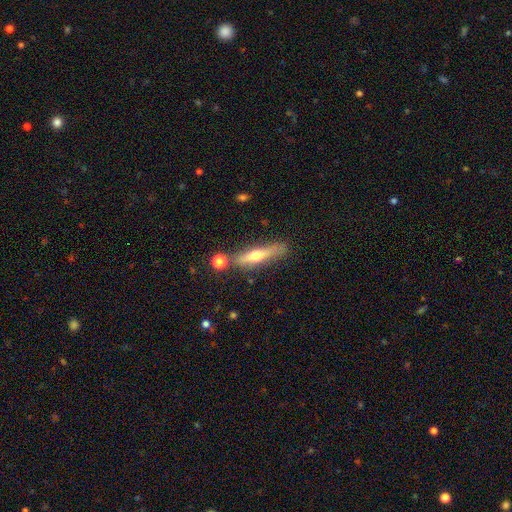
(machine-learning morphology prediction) smooth_or_featured: featured or disk (p=0.49) [alt: smooth p=0.44]
merging: none (p=0.71) [alt: minor disturbance p=0.16]